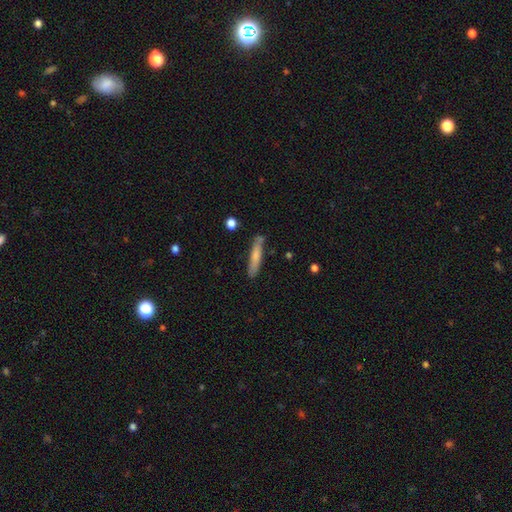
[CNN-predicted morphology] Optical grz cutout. It shows a smooth galaxy with no disk features (71%) that is cigar-shaped (90%). Merging: none (79%).